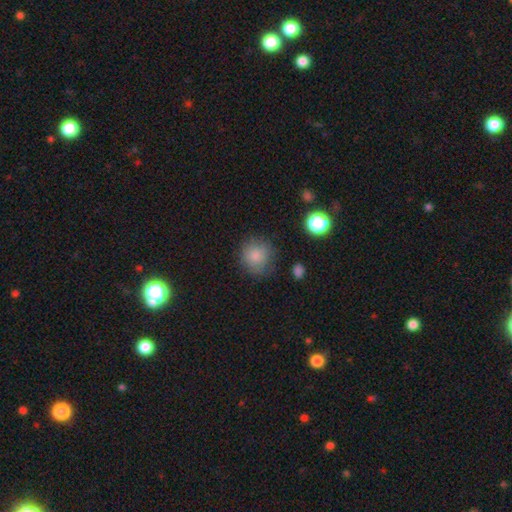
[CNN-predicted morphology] Q: Smooth or featured?
A: smooth (82%); runner-up: star or artifact (11%)
Q: How rounded?
A: round (89%); runner-up: in between (10%)
Q: Merging?
A: none (76%); runner-up: minor disturbance (16%)